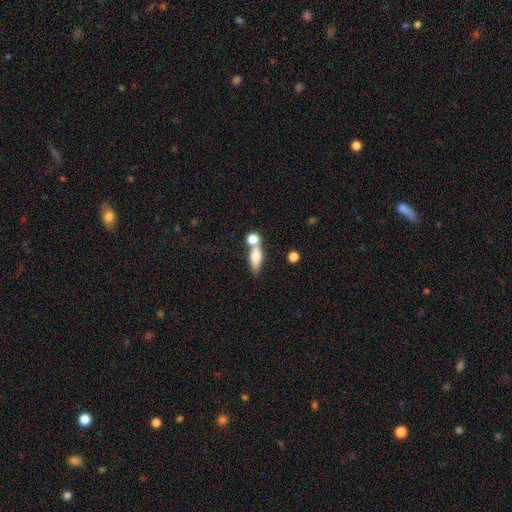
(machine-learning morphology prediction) Smooth or featured? smooth (73%)
How rounded? in between (59%)
Merging? none (43%)